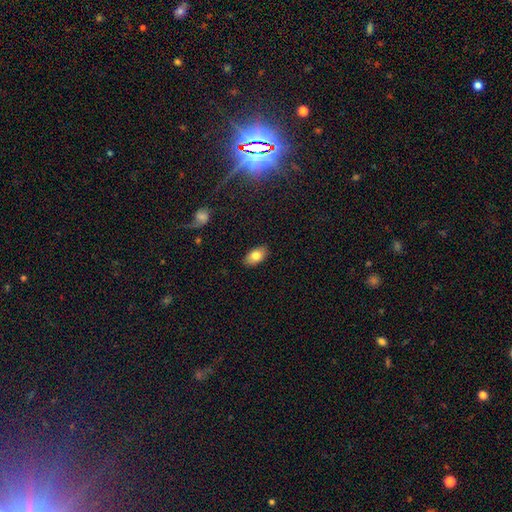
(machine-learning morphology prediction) smooth 78%, featured or disk 14%, star or artifact 7%. Down the decision tree: how rounded — in between (92%); merging — none (86%).